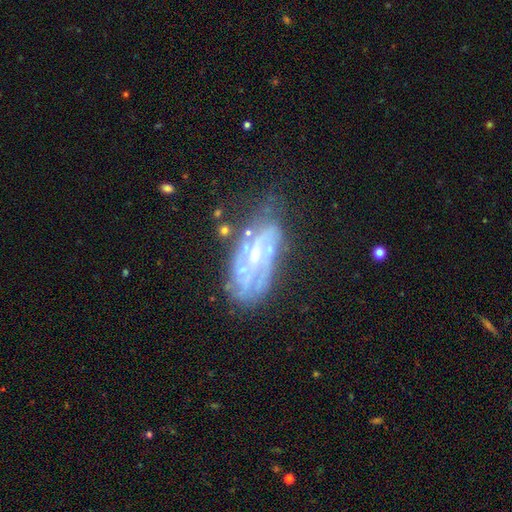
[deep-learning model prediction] This appears to be a featured or disk galaxy (77%) with no bar (51%), tight (49%) spiral arms (78%) and a small central bulge (58%). Merging: none (54%).